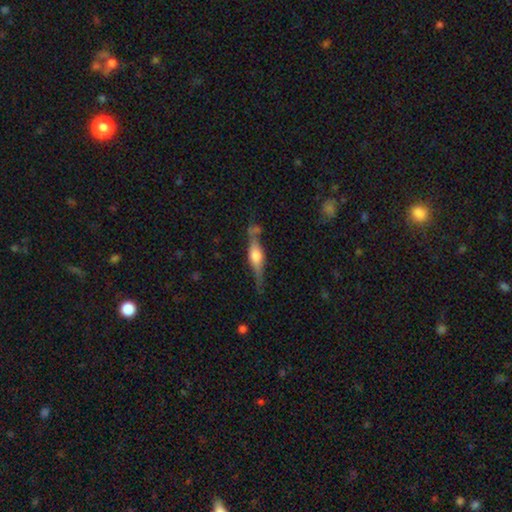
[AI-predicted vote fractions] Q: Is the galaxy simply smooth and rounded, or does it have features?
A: featured or disk — 67%.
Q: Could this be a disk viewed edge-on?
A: yes — 93%.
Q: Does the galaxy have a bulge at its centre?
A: rounded — 88%.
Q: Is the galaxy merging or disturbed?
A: none — 64%.